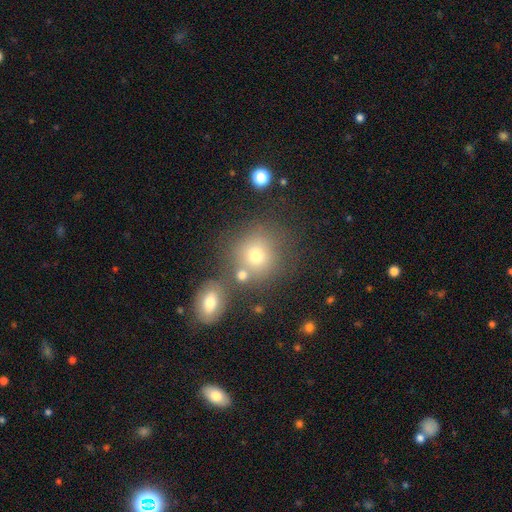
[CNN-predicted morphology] Smooth or featured?
  - smooth: 70% *
  - star or artifact: 17%
  - featured or disk: 13%
How rounded?
  - round: 85% *
  - in between: 14%
  - cigar-shaped: 1%
Merging?
  - none: 63% *
  - merger: 22%
  - minor disturbance: 11%
  - major disturbance: 5%